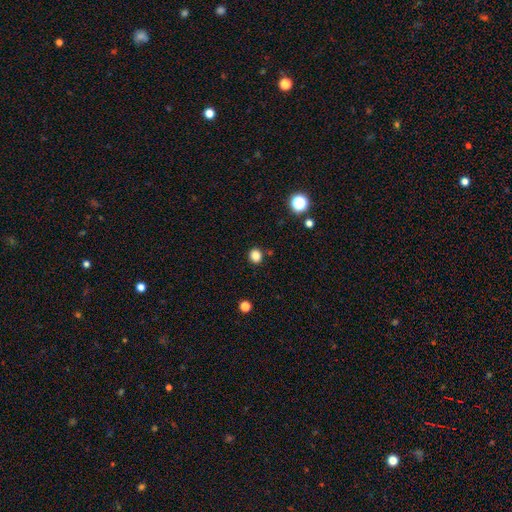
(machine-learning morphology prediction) Smooth or featured? smooth (84%)
How rounded? round (82%)
Merging? none (89%)